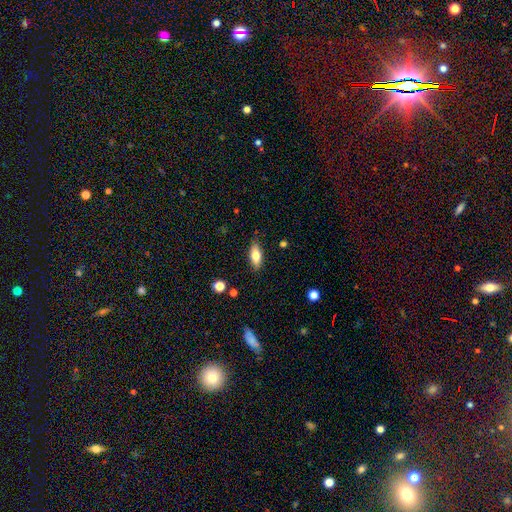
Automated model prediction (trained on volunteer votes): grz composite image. It shows a smooth galaxy with no disk features (72%) that is in between round and cigar-shaped (78%). Merging: none (82%).